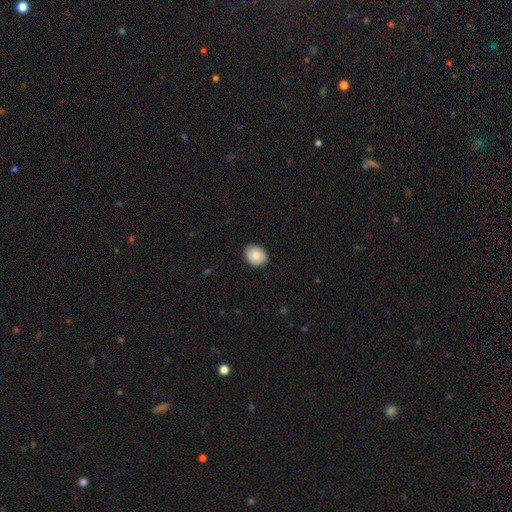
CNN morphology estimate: Smooth or featured? smooth (85%)
How rounded? in between (58%)
Merging? none (87%)